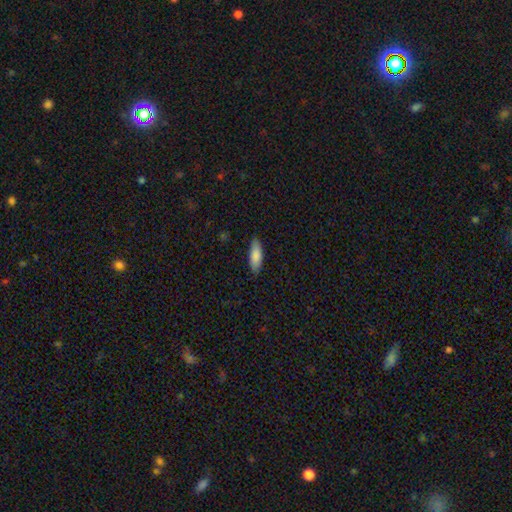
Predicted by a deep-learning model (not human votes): Overall: smooth (86%). How rounded: in between (62%; cigar-shaped 36%). Merging: none (87%).